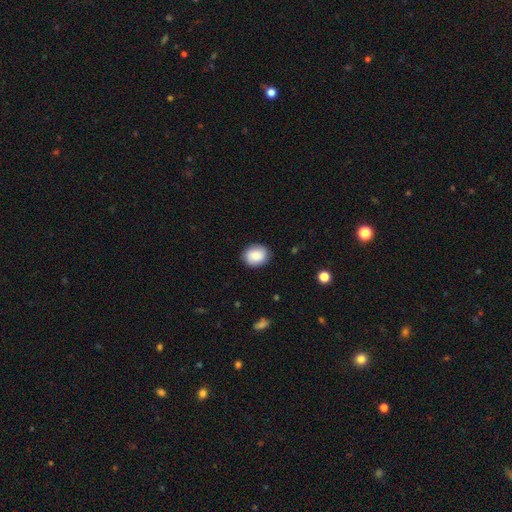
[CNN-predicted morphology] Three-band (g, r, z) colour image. It shows a smooth galaxy with no disk features (83%) that is round (64%). Merging: none (87%).